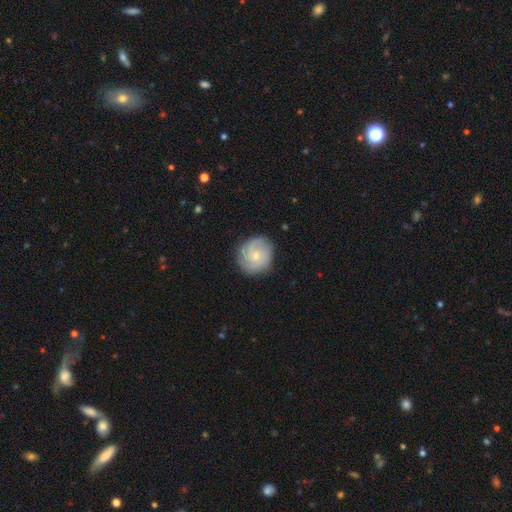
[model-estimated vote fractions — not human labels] A featured or disk galaxy (67%) with no bar (72%), 3 (33%) tight (64%) spiral arms (94%) and a small central bulge (62%).

Vote fractions:
- Smooth or featured? featured or disk: 67% / smooth: 27% / star or artifact: 6%
- Edge-on disk? no: 98% / yes: 2%
- Bar? no: 72% / weak: 25% / strong: 3%
- Spiral arms? yes: 94% / no: 6%
- Spiral winding? tight: 64% / medium: 29% / loose: 7%
- Spiral arm count? 3: 33% / can't tell: 26% / 2: 20% / 4: 11% / 1: 5% / more than 4: 5%
- Bulge size? small: 62% / moderate: 33% / none: 2% / large: 1% / dominant: 1%
- Merging? none: 82% / minor disturbance: 13% / major disturbance: 4% / merger: 1%